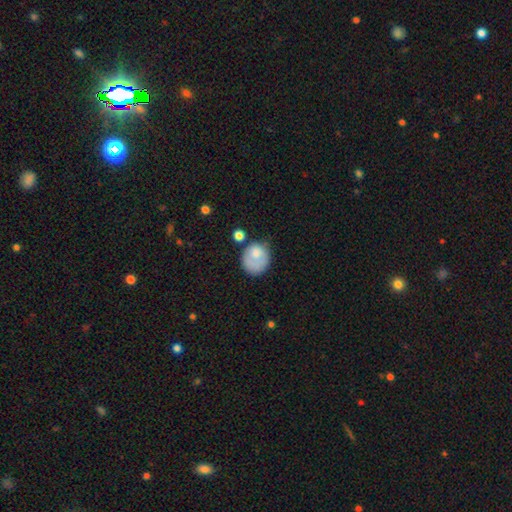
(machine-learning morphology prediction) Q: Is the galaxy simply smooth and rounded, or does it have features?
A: smooth — 77%.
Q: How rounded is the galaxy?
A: round — 68%.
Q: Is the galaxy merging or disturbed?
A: none — 49%.